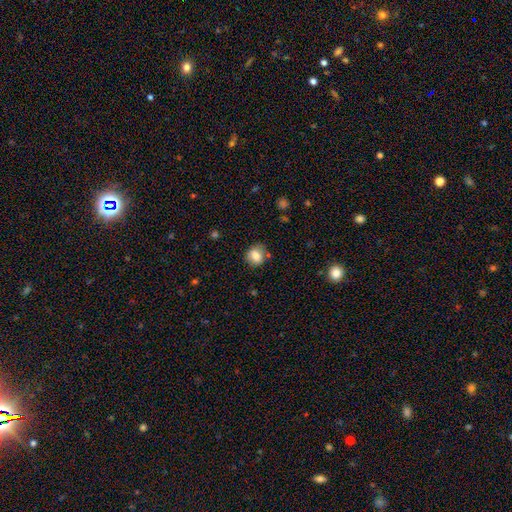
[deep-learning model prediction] Q: Smooth or featured?
A: smooth (80%); runner-up: featured or disk (11%)
Q: How rounded?
A: round (75%); runner-up: in between (24%)
Q: Merging?
A: none (78%); runner-up: minor disturbance (15%)